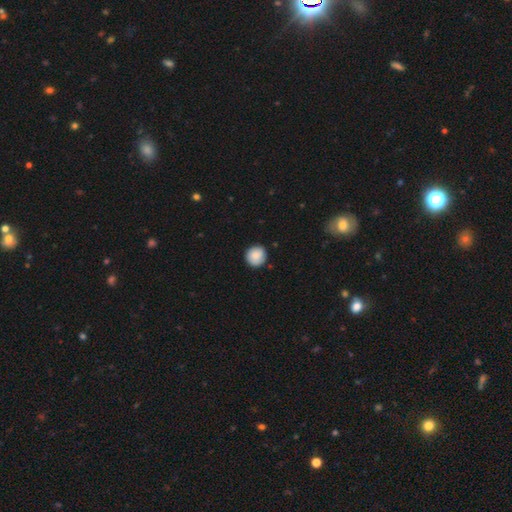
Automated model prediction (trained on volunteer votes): This appears to be a smooth galaxy with no disk features (85%) that is round (93%). Merging: none (87%).